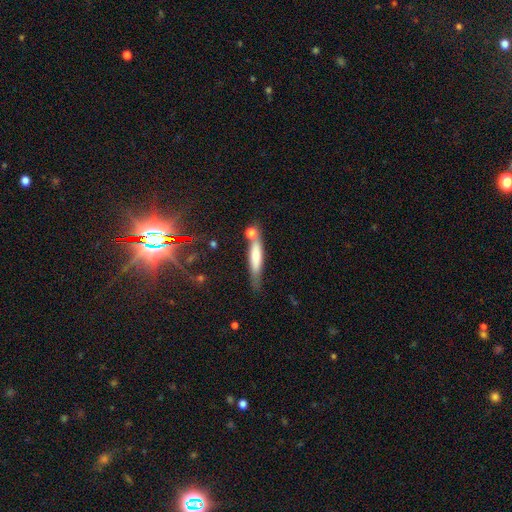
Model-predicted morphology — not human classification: type=smooth (62%); roundness=cigar-shaped (82%); merging=none (56%).